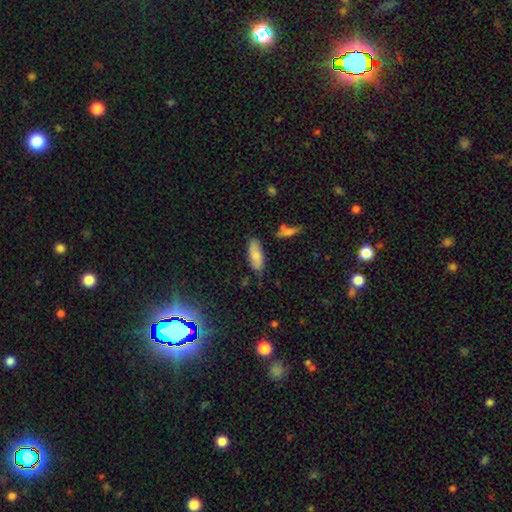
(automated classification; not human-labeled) smooth-or-featured: smooth: 78% | featured or disk: 15% | star or artifact: 7%
  how-rounded: in between: 76% | cigar-shaped: 22% | round: 2%
  merging: none: 73% | minor disturbance: 20% | major disturbance: 4% | merger: 3%